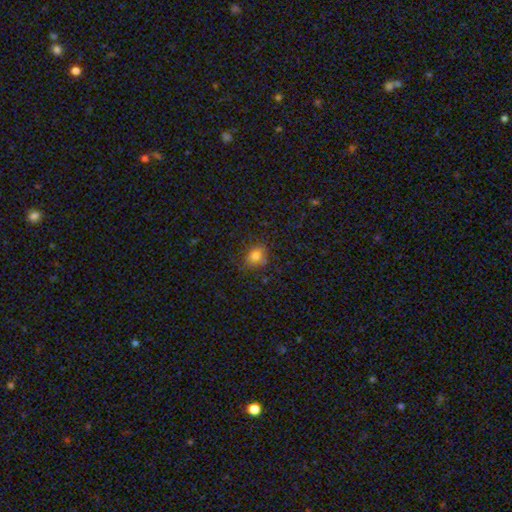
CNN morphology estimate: Overall: smooth (80%). How rounded: round (51%; in between 48%). Merging: none (77%).